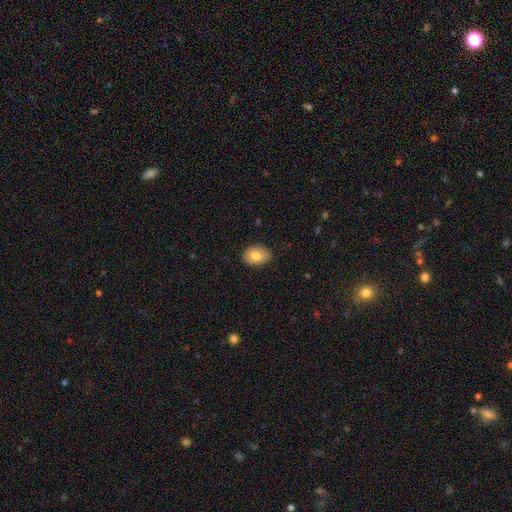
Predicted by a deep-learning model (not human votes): A smooth galaxy with no disk features (79%) that is in between round and cigar-shaped (79%). Merging: none (86%).